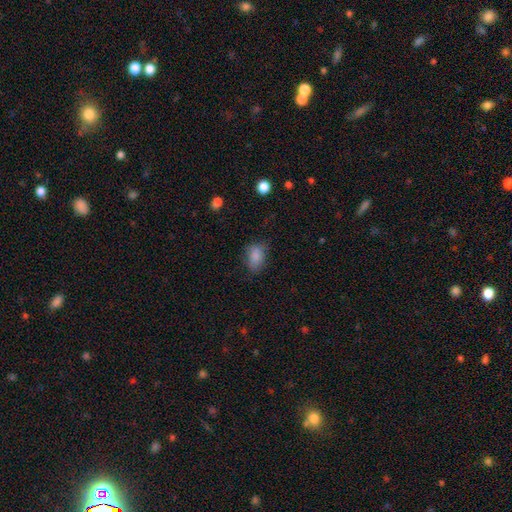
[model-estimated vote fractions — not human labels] Overall: smooth (84%). How rounded: in between (84%). Merging: none (63%; minor disturbance 27%).